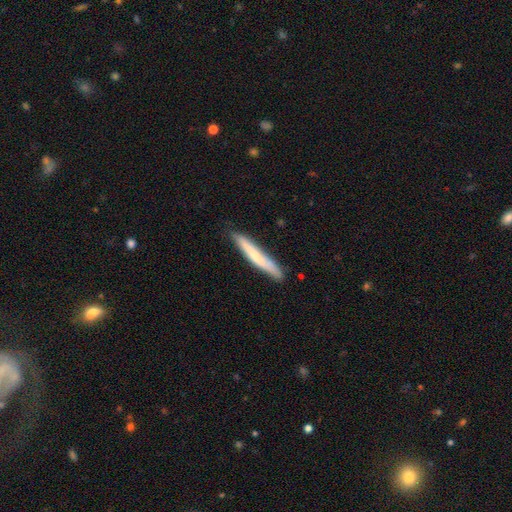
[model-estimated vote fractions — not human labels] smooth-or-featured: smooth: 63% | featured or disk: 32% | star or artifact: 5%
  how-rounded: cigar-shaped: 95% | in between: 4% | round: 1%
  merging: none: 83% | minor disturbance: 14% | major disturbance: 2% | merger: 2%